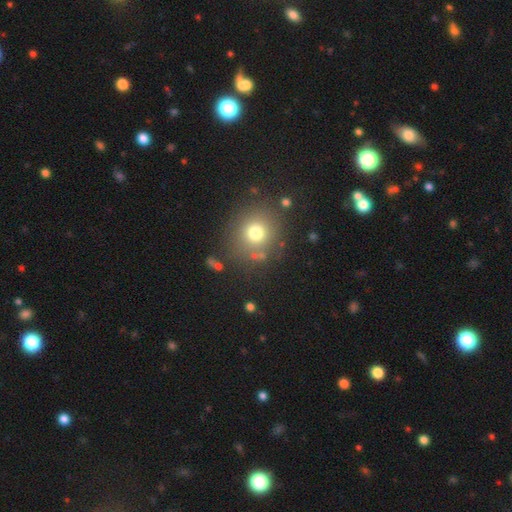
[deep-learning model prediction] This appears to be a smooth galaxy with no disk features (71%) that is round (86%). Merging: none (82%).